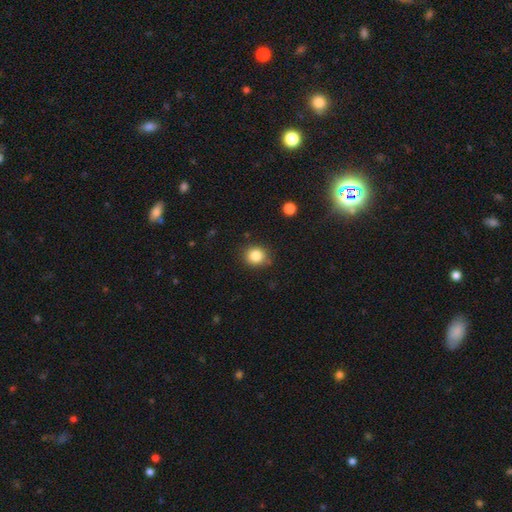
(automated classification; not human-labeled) This appears to be a smooth galaxy with no disk features (84%) that is round (83%). Merging: none (83%).